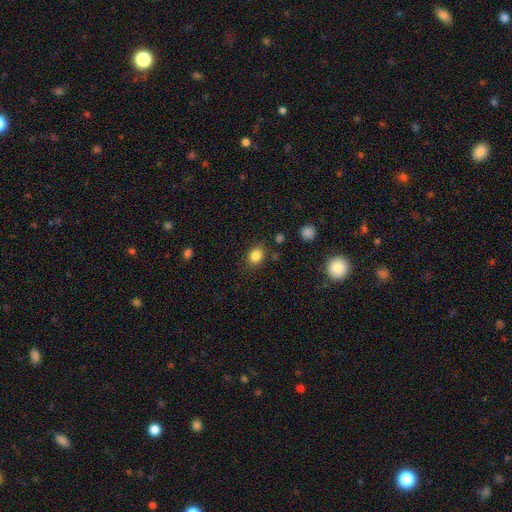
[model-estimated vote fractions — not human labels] smooth 84%, star or artifact 11%, featured or disk 5%. Down the decision tree: how rounded — round (55%); merging — none (83%).